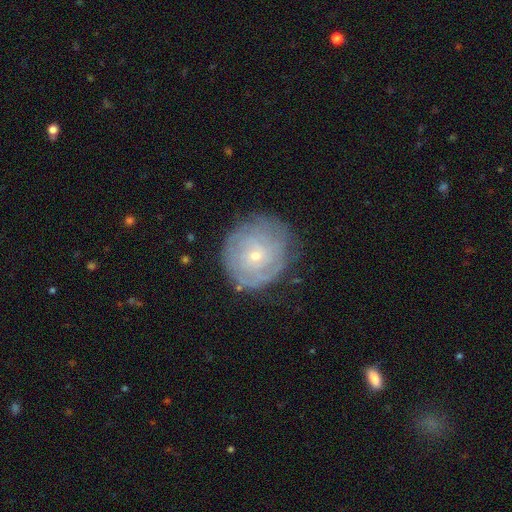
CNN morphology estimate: Overall: featured or disk (68%). Edge-on disk: no (97%). Bar: no (80%). Spiral arms: yes (80%). Spiral arm count: can't tell (58%). Spiral winding: tight (80%). Bulge size: small (79%). Merging: none (75%).